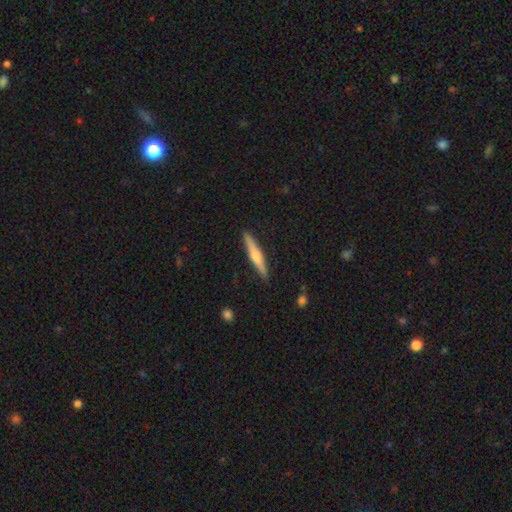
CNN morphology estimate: Smooth or featured: featured or disk — 51% (smooth — 44%)
Edge-on disk: yes — 97% (no — 3%)
Merging: none — 91% (minor disturbance — 7%)